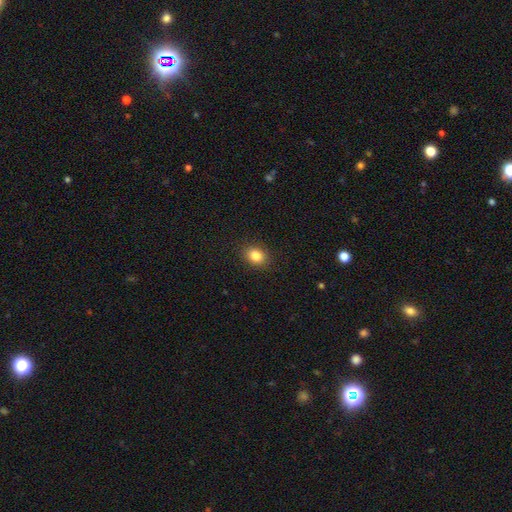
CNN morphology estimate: smooth_or_featured: smooth (p=0.84) [alt: star or artifact p=0.10]
how_rounded: in between (p=0.57) [alt: round p=0.42]
merging: none (p=0.89) [alt: minor disturbance p=0.08]